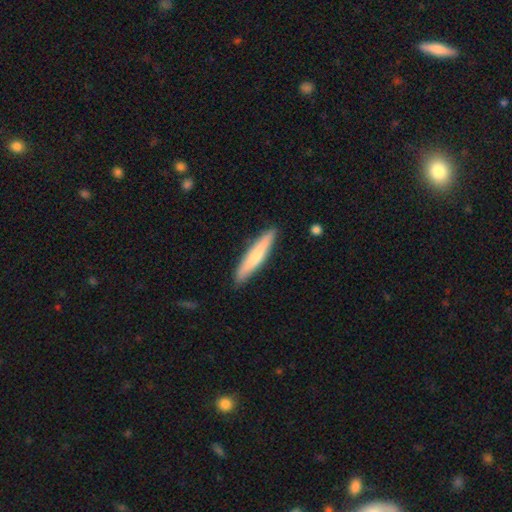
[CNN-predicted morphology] Smooth or featured? smooth (67%)
How rounded? cigar-shaped (91%)
Merging? none (89%)